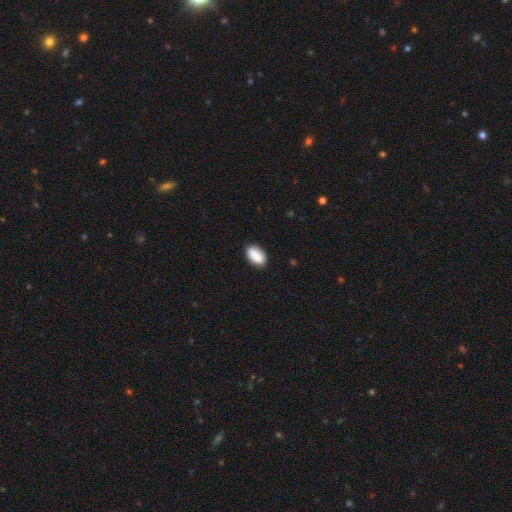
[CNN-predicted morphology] A smooth galaxy with no disk features (89%) that is in between round and cigar-shaped (92%).

Vote fractions:
- Smooth or featured? smooth: 89% / star or artifact: 7% / featured or disk: 4%
- How rounded? in between: 92% / round: 5% / cigar-shaped: 3%
- Merging? none: 87% / minor disturbance: 10% / major disturbance: 2% / merger: 1%